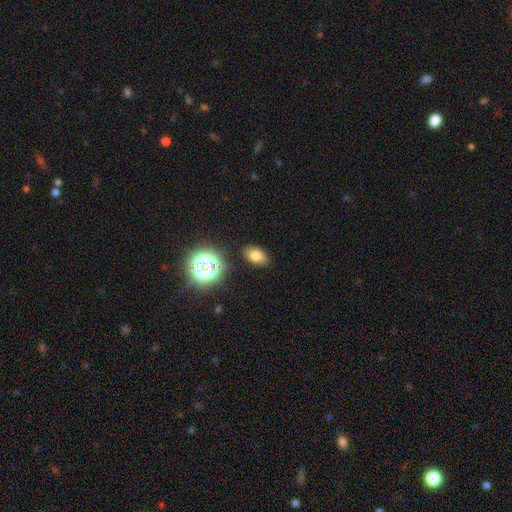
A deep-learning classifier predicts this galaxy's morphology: The model was most divided on "smooth or featured": smooth: 72%, star or artifact: 18%, featured or disk: 10%. More confident: how rounded — in between (86%); merging — none (85%).